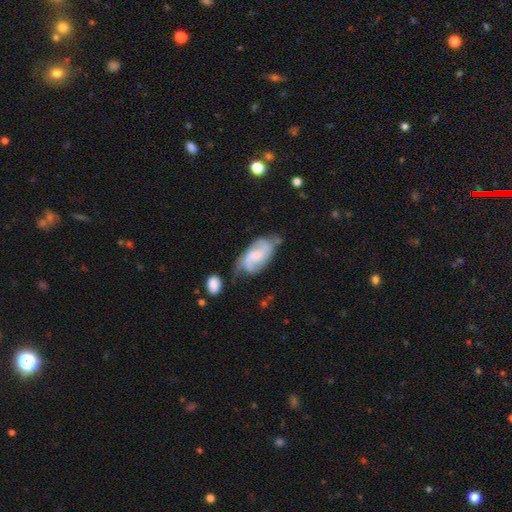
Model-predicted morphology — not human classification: Smooth or featured: featured or disk — 67% (smooth — 27%)
Edge-on disk: no — 95% (yes — 5%)
Bar: no — 53% (weak — 39%)
Spiral arms: yes — 91% (no — 9%)
Spiral winding: medium — 46% (loose — 29%)
Spiral arm count: 2 — 68% (can't tell — 15%)
Bulge size: small — 43% (moderate — 33%)
Merging: none — 46% (minor disturbance — 29%)